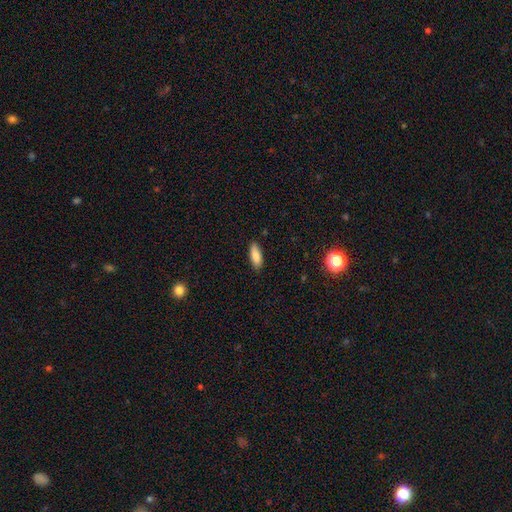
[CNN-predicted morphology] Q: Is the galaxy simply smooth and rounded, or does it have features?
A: smooth — 84%.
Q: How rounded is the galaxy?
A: in between — 69%.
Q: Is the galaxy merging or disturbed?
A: none — 86%.